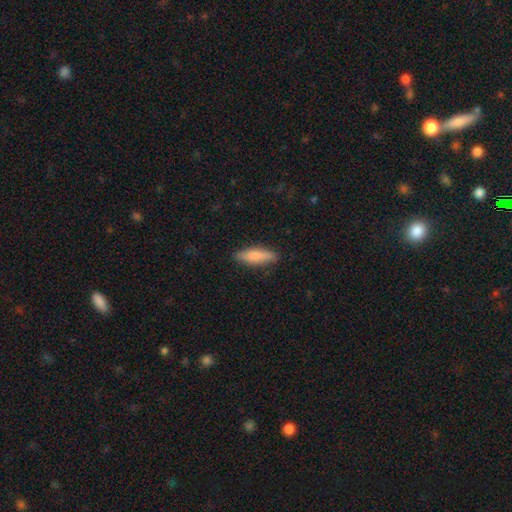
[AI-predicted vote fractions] smooth_or_featured: smooth (p=0.78) [alt: featured or disk p=0.17]
how_rounded: cigar-shaped (p=0.63) [alt: in between p=0.35]
merging: none (p=0.86) [alt: minor disturbance p=0.11]